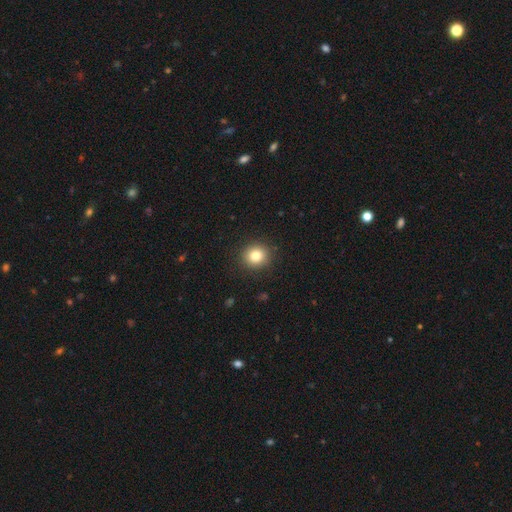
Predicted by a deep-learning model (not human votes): Smooth or featured? smooth (81%)
How rounded? round (87%)
Merging? none (90%)